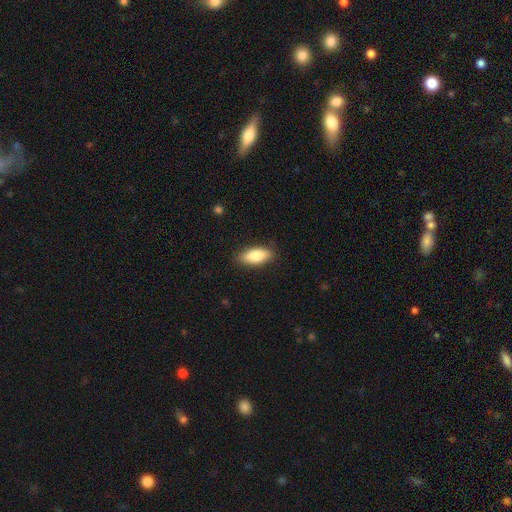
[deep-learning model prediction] Smooth or featured?
  - smooth: 83% *
  - featured or disk: 11%
  - star or artifact: 6%
How rounded?
  - in between: 84% *
  - cigar-shaped: 13%
  - round: 3%
Merging?
  - none: 87% *
  - minor disturbance: 10%
  - major disturbance: 2%
  - merger: 1%